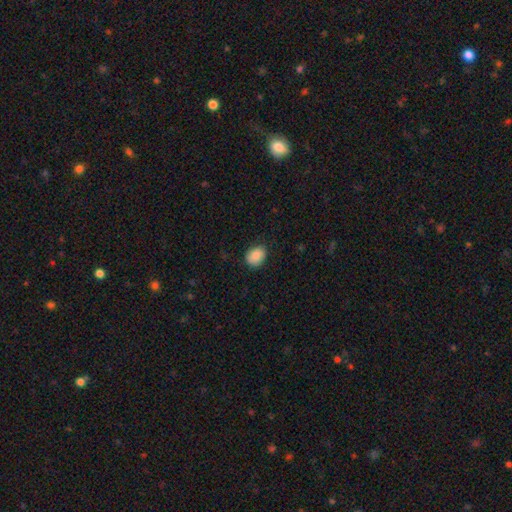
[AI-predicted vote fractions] A smooth galaxy with no disk features (88%) that is in between round and cigar-shaped (61%).

Vote fractions:
- Smooth or featured? smooth: 88% / star or artifact: 7% / featured or disk: 4%
- How rounded? in between: 61% / round: 38% / cigar-shaped: 1%
- Merging? none: 82% / minor disturbance: 14% / major disturbance: 3% / merger: 1%